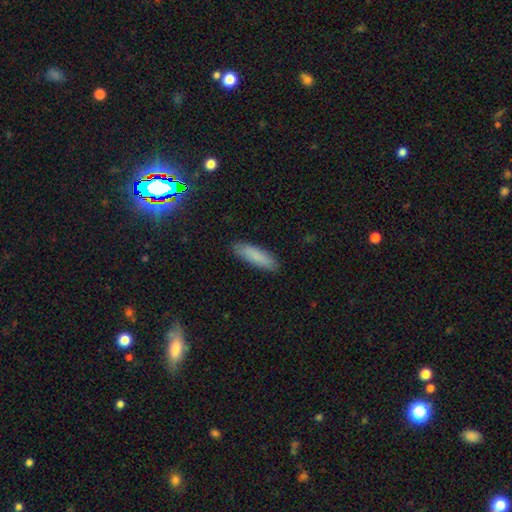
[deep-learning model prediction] Morphology: type=smooth (84%); roundness=cigar-shaped (63%); merging=none (87%).